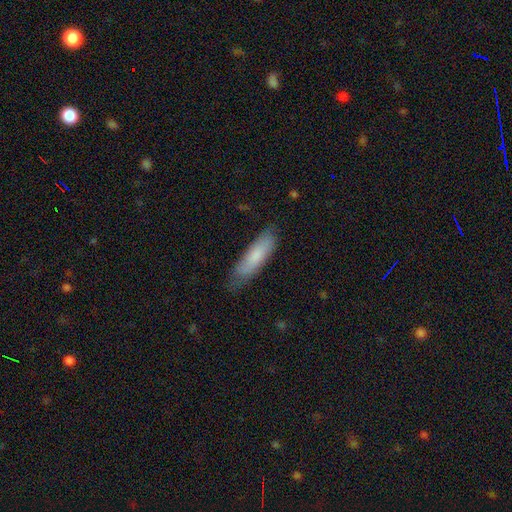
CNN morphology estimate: Smooth or featured? smooth (77%)
How rounded? cigar-shaped (58%)
Merging? none (70%)